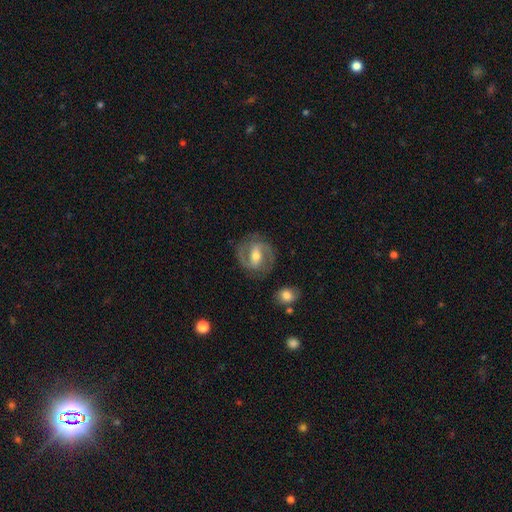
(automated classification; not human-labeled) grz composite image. It shows a featured or disk galaxy (83%) with a strong bar (47%), 2 (91%) medium (56%) spiral arms (93%) and a moderate central bulge (66%). Merging: none (83%).